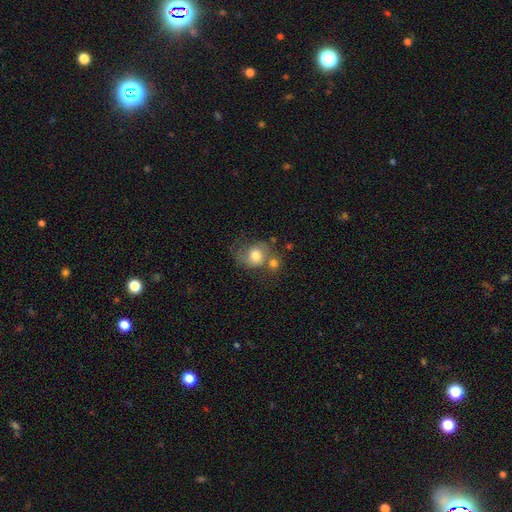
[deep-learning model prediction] This appears to be a smooth galaxy with no disk features (64%) that is round (69%). Merging: none (38%).